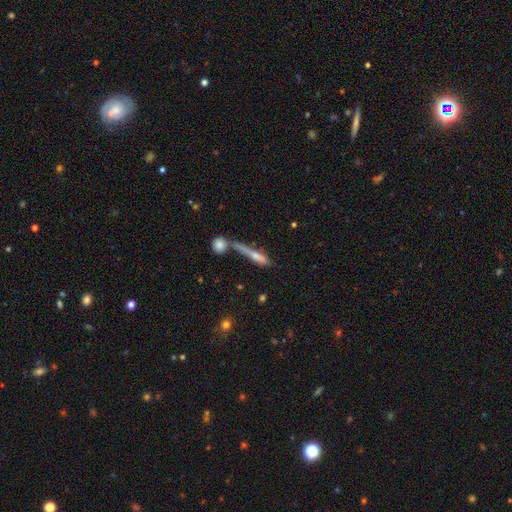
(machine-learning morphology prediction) Smooth or featured?
  - featured or disk: 48% *
  - smooth: 41%
  - star or artifact: 11%
Merging?
  - none: 51% *
  - merger: 25%
  - minor disturbance: 16%
  - major disturbance: 8%